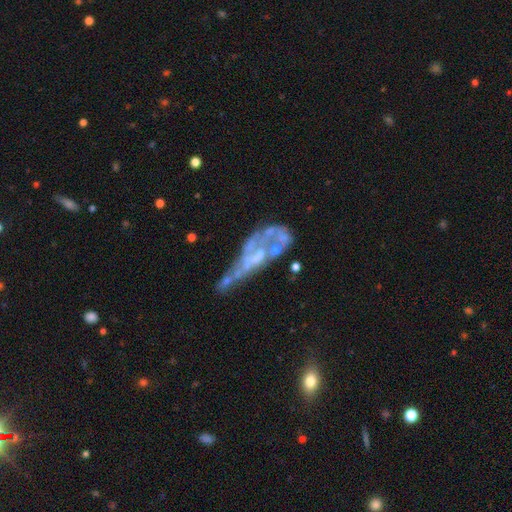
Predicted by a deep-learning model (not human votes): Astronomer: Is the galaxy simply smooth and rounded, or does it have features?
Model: featured or disk — 69%.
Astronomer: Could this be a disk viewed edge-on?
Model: no — 87%.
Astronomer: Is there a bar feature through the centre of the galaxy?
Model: no — 77%.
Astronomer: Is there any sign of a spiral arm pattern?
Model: no — 70%.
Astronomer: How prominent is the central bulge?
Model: none — 51% (runner-up: small, 27%).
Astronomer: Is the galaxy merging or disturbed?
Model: major disturbance — 34% (runner-up: merger, 26%).